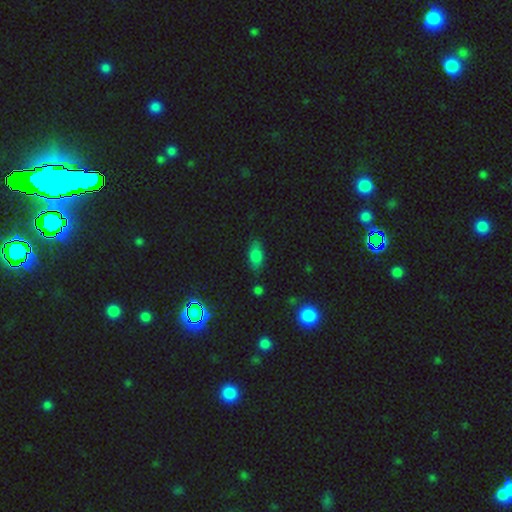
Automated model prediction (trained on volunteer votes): smooth 70%, star or artifact 17%, featured or disk 12%. Down the decision tree: how rounded — in between (84%); merging — none (76%).